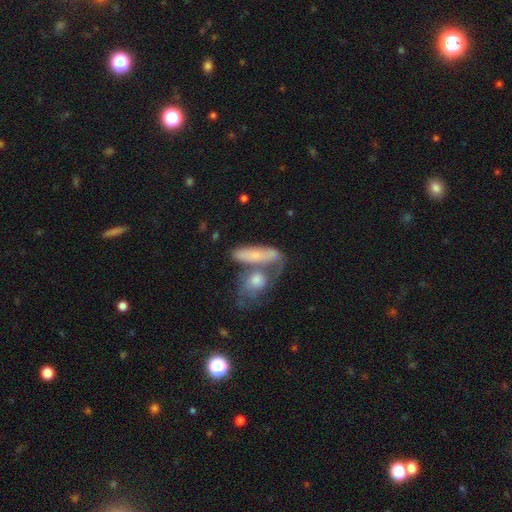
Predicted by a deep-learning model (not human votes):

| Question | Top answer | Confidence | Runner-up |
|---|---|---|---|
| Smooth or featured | smooth | 51% | featured or disk (40%) |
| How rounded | in between | 48% | cigar-shaped (44%) |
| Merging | merger | 44% | none (35%) |